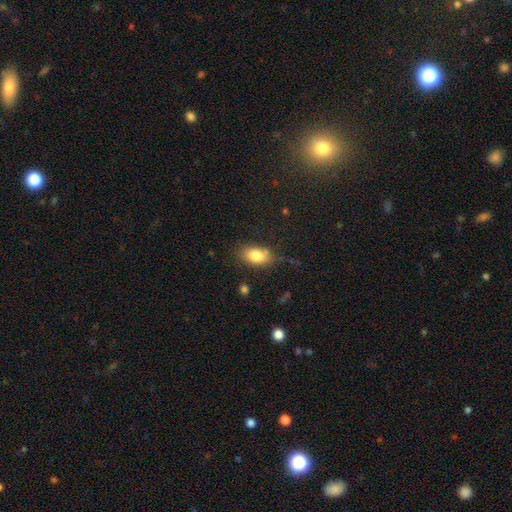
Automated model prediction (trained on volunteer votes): Smooth or featured? smooth (82%)
How rounded? in between (87%)
Merging? none (76%)